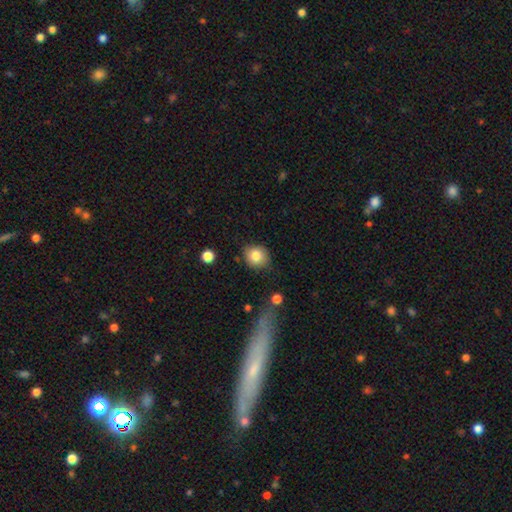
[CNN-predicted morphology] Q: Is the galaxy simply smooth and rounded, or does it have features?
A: smooth — 82%.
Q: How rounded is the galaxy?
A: round — 73%.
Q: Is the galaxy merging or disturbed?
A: none — 81%.